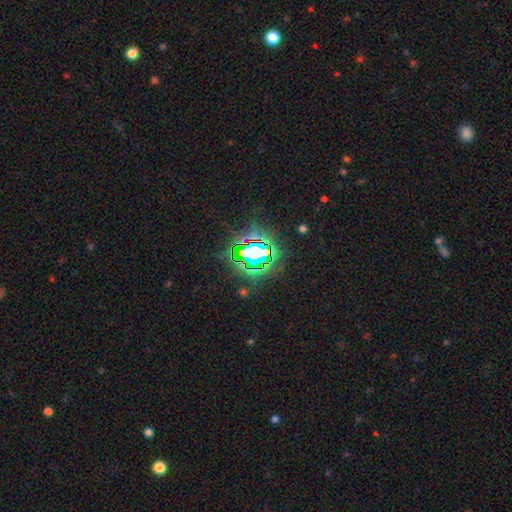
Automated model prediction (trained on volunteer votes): This appears to be a star or artifact, not a galaxy (75%).